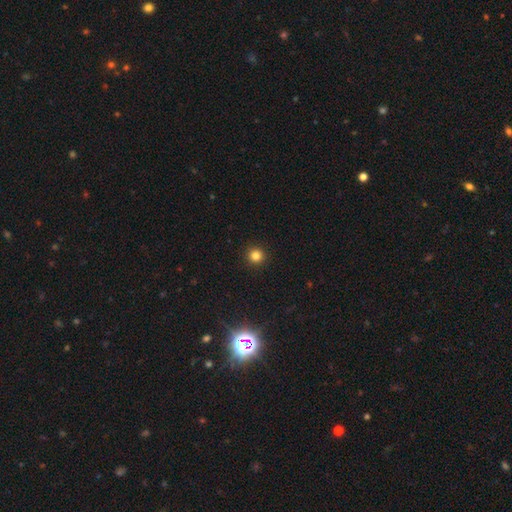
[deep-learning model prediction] A smooth galaxy with no disk features (81%) that is round (95%).

Vote fractions:
- Smooth or featured? smooth: 81% / star or artifact: 14% / featured or disk: 4%
- How rounded? round: 95% / in between: 4% / cigar-shaped: 1%
- Merging? none: 93% / minor disturbance: 4% / major disturbance: 2% / merger: 1%